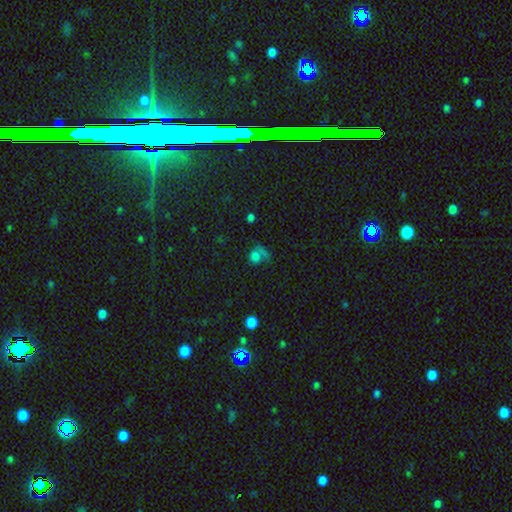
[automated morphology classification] The model was most divided on "merging": none: 39%, major disturbance: 26%, minor disturbance: 18%, merger: 16%. More confident: how rounded — round (60%); smooth or featured — smooth (59%).